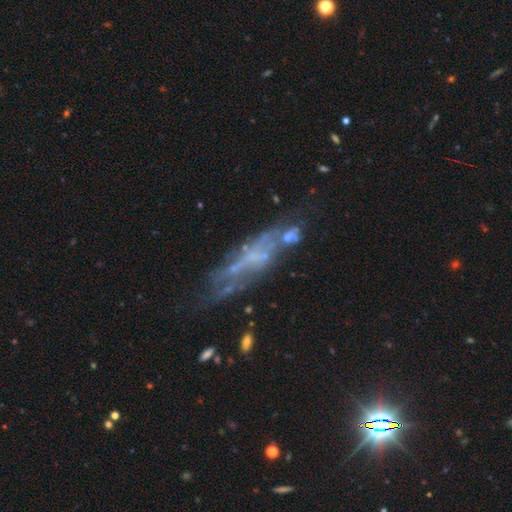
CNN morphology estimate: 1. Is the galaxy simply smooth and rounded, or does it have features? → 63% featured or disk, 21% smooth, 15% star or artifact.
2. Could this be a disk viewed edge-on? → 64% no, 36% yes.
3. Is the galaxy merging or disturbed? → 51% none, 21% minor disturbance, 18% major disturbance, 10% merger.